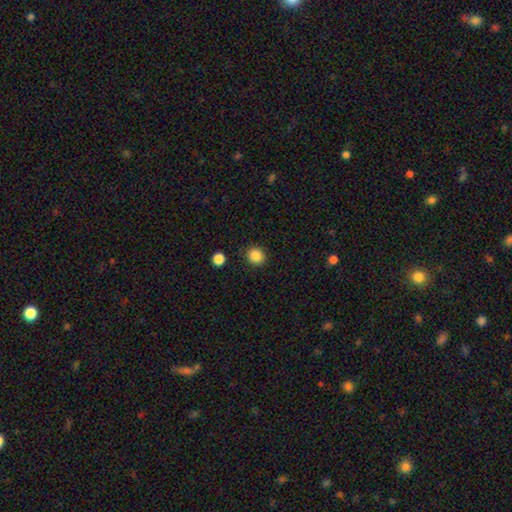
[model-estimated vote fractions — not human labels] Morphology: type=smooth (86%); roundness=round (86%); merging=none (89%).